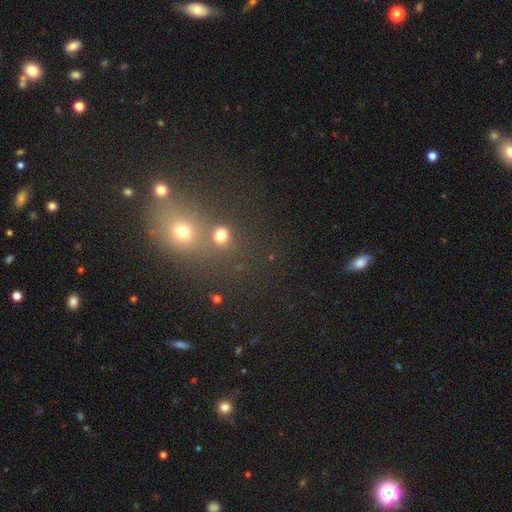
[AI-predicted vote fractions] Morphology: type=star or artifact (47%).